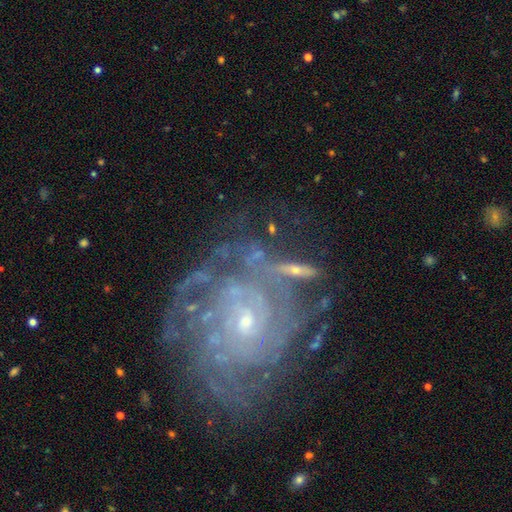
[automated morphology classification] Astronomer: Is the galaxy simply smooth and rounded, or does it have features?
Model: featured or disk — 76%.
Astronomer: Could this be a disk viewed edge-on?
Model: no — 90%.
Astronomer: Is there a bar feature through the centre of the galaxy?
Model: no — 59%.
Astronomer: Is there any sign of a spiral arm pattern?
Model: yes — 87%.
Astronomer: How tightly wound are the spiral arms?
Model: tight — 70%.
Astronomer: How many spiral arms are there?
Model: can't tell — 34% (runner-up: 2, 19%).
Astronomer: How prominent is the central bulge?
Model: small — 69%.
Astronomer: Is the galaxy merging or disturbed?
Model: none — 57%.